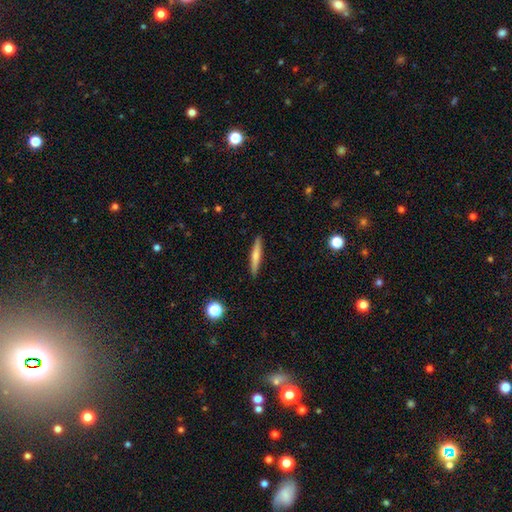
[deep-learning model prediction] Smooth or featured? Predicted: smooth (p=0.59). How rounded? Predicted: cigar-shaped (p=0.93). Merging? Predicted: none (p=0.91).